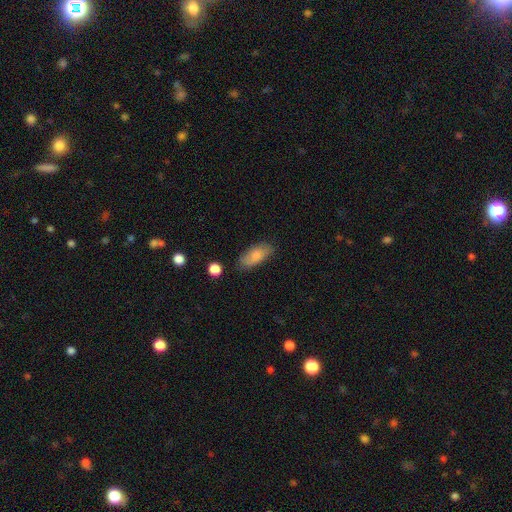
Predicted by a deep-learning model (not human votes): Overall: smooth (80%). How rounded: in between (87%). Merging: none (78%).